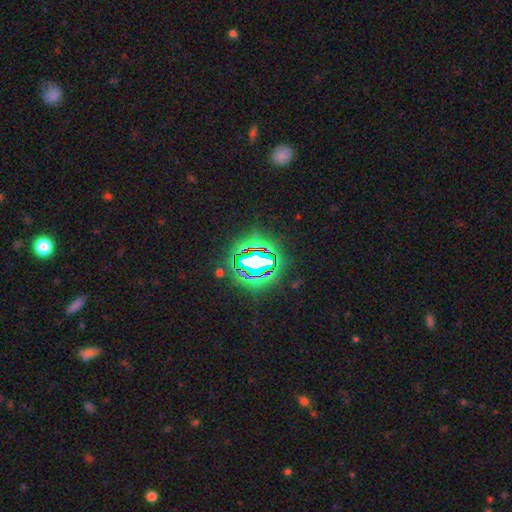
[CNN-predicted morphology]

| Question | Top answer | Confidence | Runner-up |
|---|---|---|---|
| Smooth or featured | star or artifact | 81% | smooth (12%) |